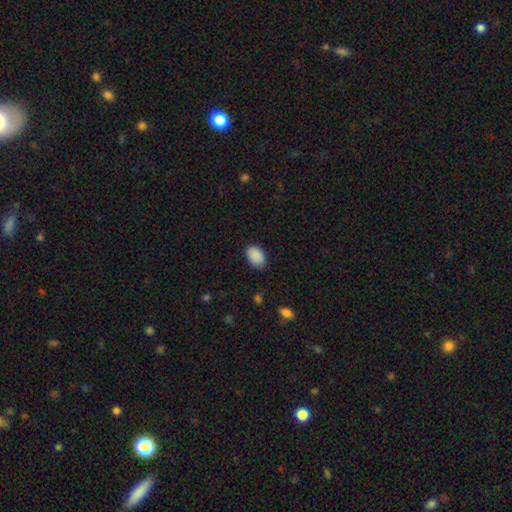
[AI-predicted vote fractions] Overall: smooth (90%). How rounded: in between (86%). Merging: none (84%).